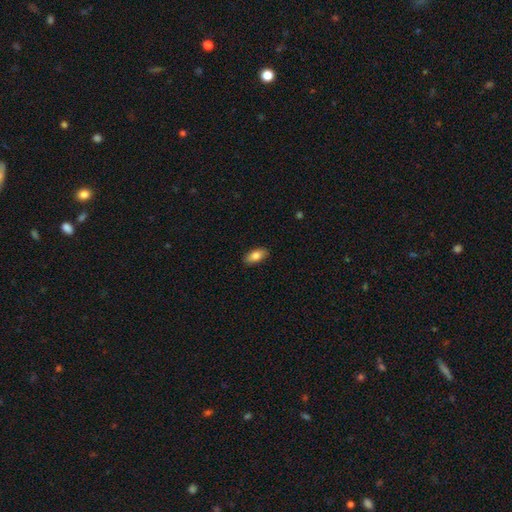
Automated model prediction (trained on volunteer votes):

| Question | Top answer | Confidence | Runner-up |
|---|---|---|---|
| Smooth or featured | smooth | 83% | featured or disk (10%) |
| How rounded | in between | 90% | cigar-shaped (7%) |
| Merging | none | 89% | minor disturbance (8%) |